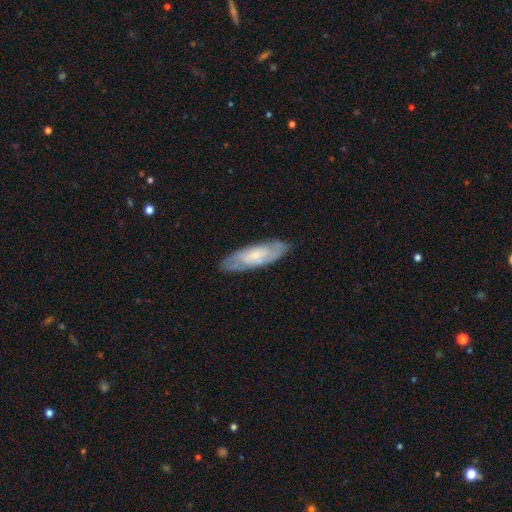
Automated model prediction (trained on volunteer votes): Morphology: type=featured or disk (55%); edge-on=no (77%); merging=none (81%).